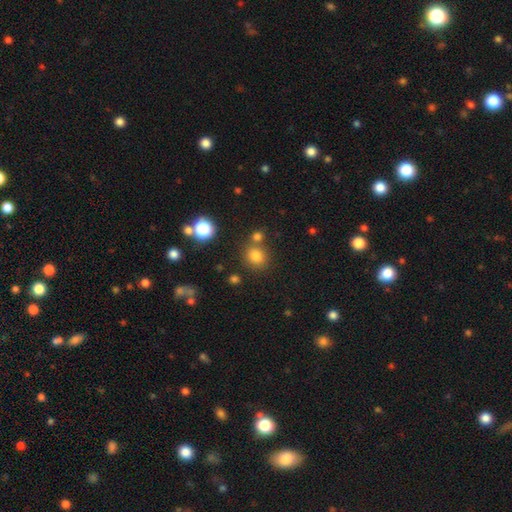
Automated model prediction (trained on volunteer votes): Overall: smooth (78%). How rounded: round (80%). Merging: none (69%).